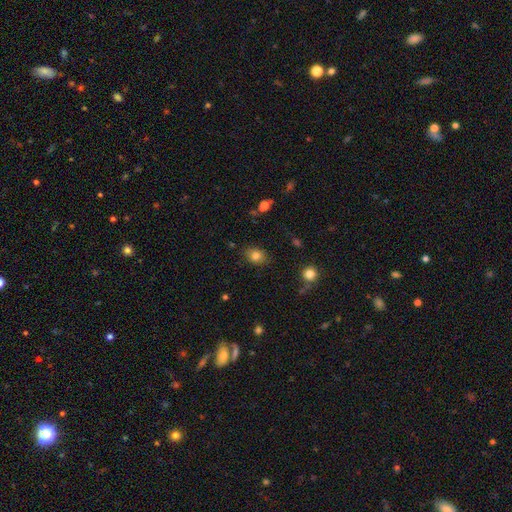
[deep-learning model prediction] A smooth galaxy with no disk features (81%) that is in between round and cigar-shaped (65%). Merging: none (83%).